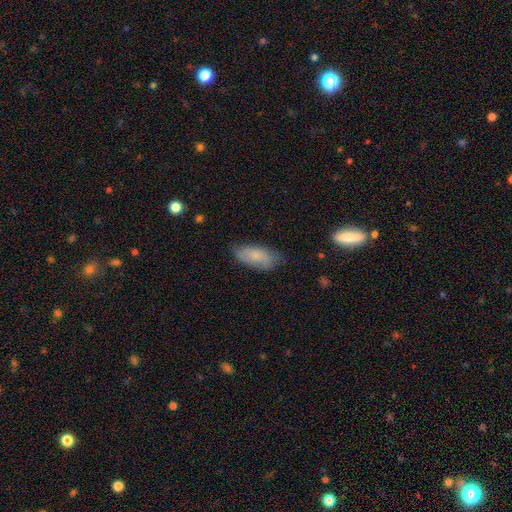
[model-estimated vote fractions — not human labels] The model was most divided on "merging": none: 70%, minor disturbance: 23%, major disturbance: 5%, merger: 1%. More confident: how rounded — in between (86%); smooth or featured — smooth (72%).